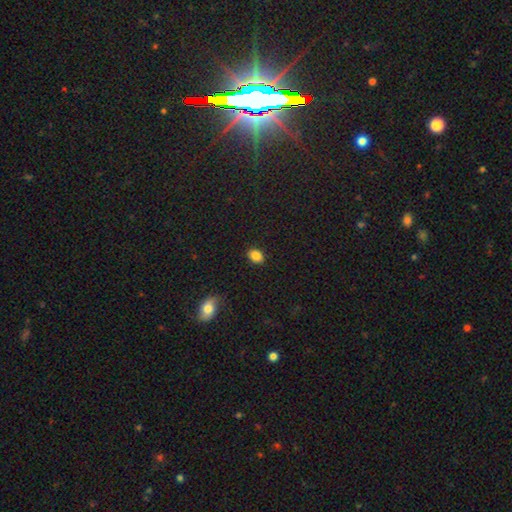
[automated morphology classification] Smooth or featured?
  - smooth: 85% *
  - star or artifact: 9%
  - featured or disk: 6%
How rounded?
  - in between: 72% *
  - round: 27%
  - cigar-shaped: 1%
Merging?
  - none: 88% *
  - minor disturbance: 8%
  - major disturbance: 2%
  - merger: 1%